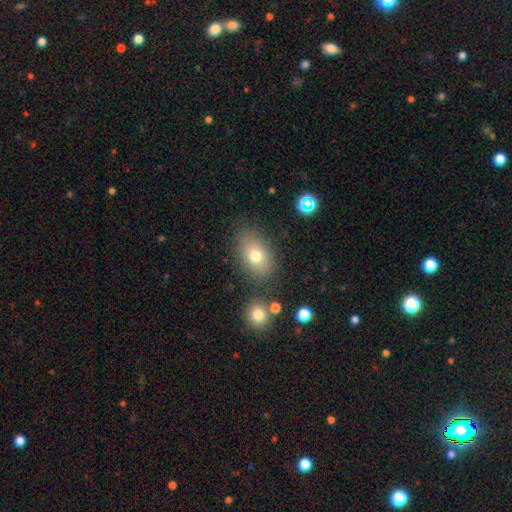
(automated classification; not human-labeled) This appears to be a smooth galaxy with no disk features (74%) that is in between round and cigar-shaped (79%). Merging: none (75%).